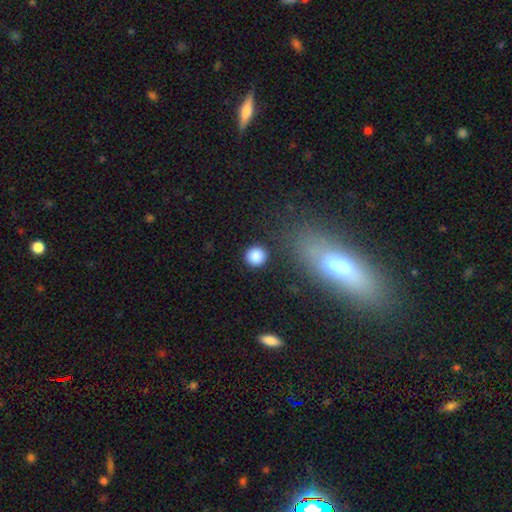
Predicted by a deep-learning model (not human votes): Smooth or featured?
  - smooth: 87% *
  - star or artifact: 9%
  - featured or disk: 4%
How rounded?
  - round: 93% *
  - in between: 6%
  - cigar-shaped: 1%
Merging?
  - none: 89% *
  - minor disturbance: 6%
  - major disturbance: 3%
  - merger: 2%